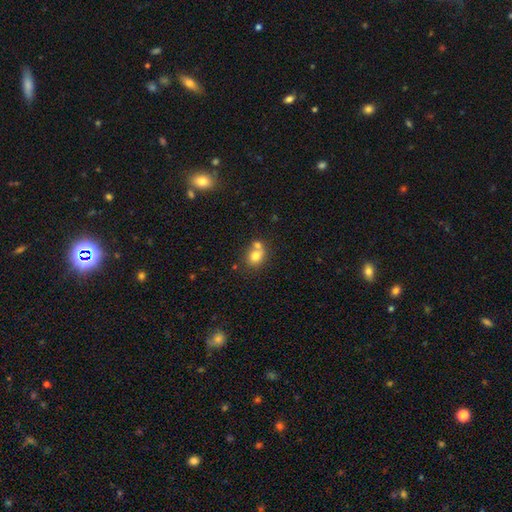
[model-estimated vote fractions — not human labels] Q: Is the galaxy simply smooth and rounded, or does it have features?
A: smooth — 75%.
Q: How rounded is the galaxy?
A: round — 61%.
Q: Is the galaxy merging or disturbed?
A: merger — 47%.